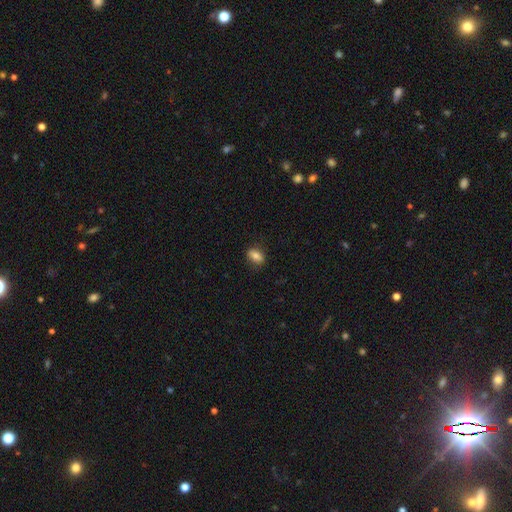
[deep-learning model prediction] This appears to be a smooth galaxy with no disk features (74%) that is in between round and cigar-shaped (79%). Merging: none (83%).